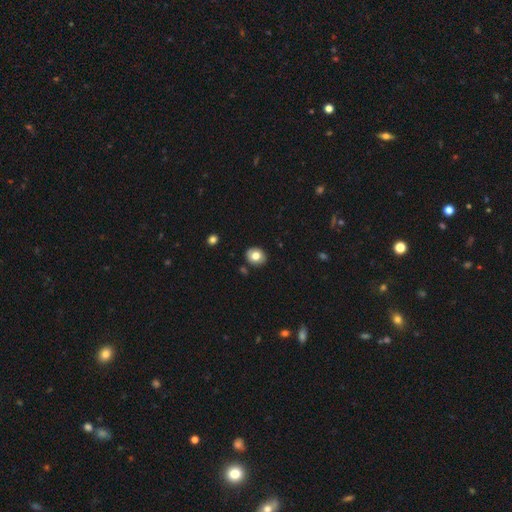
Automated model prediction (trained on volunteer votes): smooth 77%, featured or disk 14%, star or artifact 9%. Down the decision tree: how rounded — round (67%); merging — none (87%).